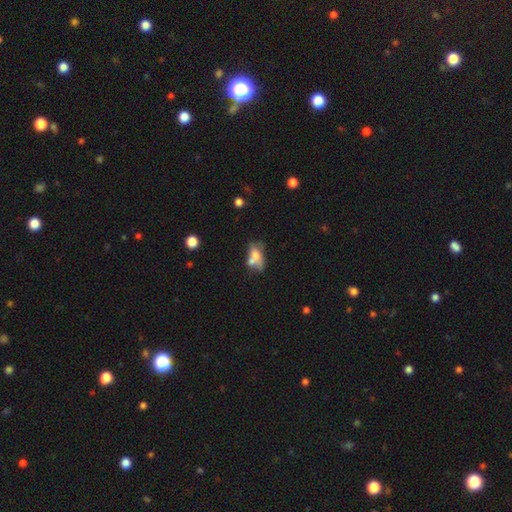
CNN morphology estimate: smooth 55%, featured or disk 34%, star or artifact 11%. Down the decision tree: how rounded — in between (78%); merging — merger (48%).